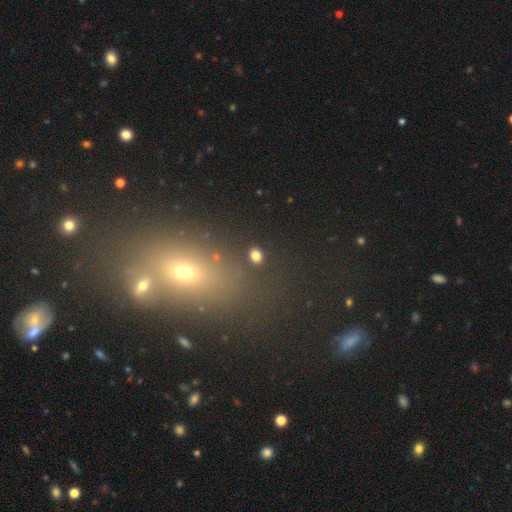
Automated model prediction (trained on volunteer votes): Q: Smooth or featured?
A: smooth (80%); runner-up: star or artifact (15%)
Q: How rounded?
A: round (54%); runner-up: in between (45%)
Q: Merging?
A: none (88%); runner-up: minor disturbance (6%)